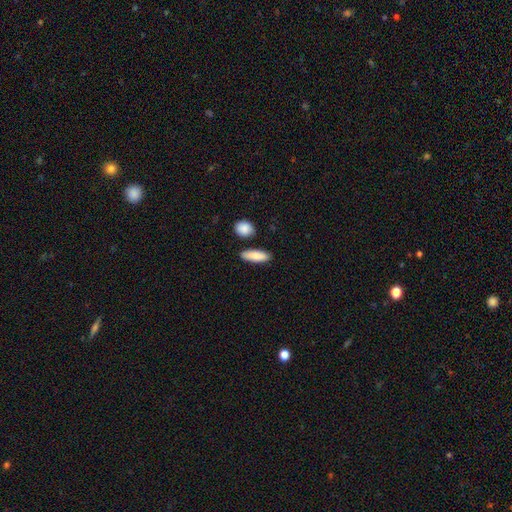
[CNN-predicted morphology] smooth-or-featured: smooth: 85% | featured or disk: 9% | star or artifact: 6%
  how-rounded: in between: 61% | cigar-shaped: 36% | round: 3%
  merging: none: 83% | minor disturbance: 10% | merger: 5% | major disturbance: 2%